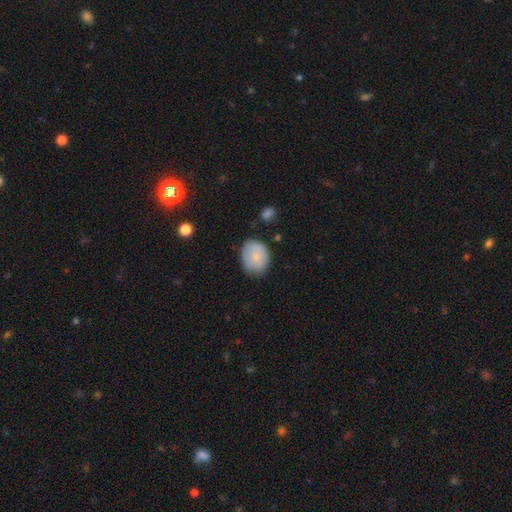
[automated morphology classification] Smooth or featured?
  - smooth: 80% *
  - featured or disk: 13%
  - star or artifact: 7%
How rounded?
  - in between: 50% * (tied)
  - round: 50% * (tied)
  - cigar-shaped: 1%
Merging?
  - none: 69% *
  - minor disturbance: 23%
  - major disturbance: 5%
  - merger: 3%